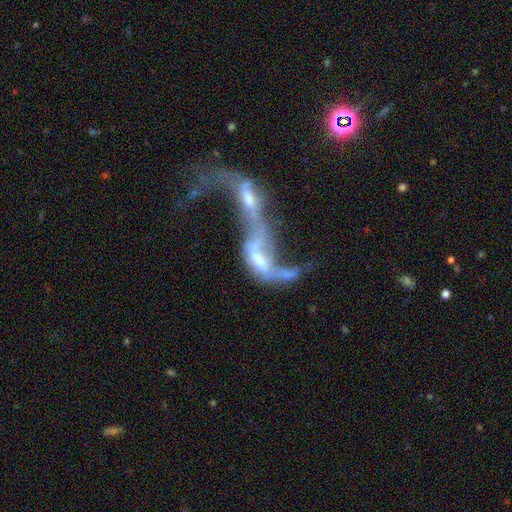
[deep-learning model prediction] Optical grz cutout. It shows a featured or disk galaxy (53%). Merging: merger (77%).